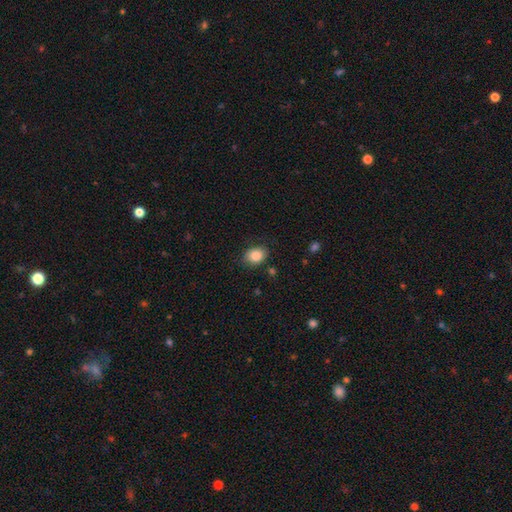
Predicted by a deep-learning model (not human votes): Smooth or featured: smooth — 85% (star or artifact — 9%)
How rounded: in between — 60% (round — 39%)
Merging: none — 81% (minor disturbance — 14%)